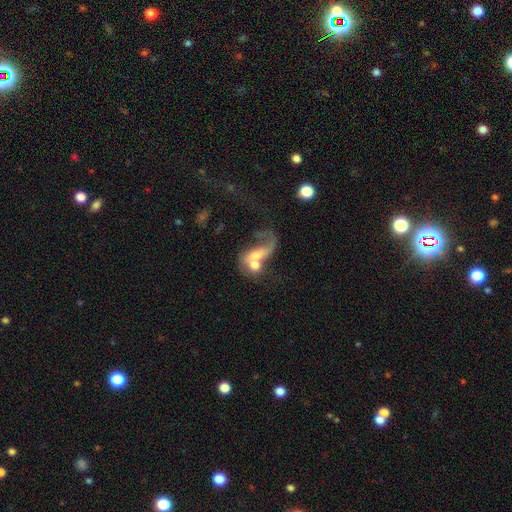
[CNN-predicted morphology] This appears to be a featured or disk galaxy (50%). Merging: merger (66%).